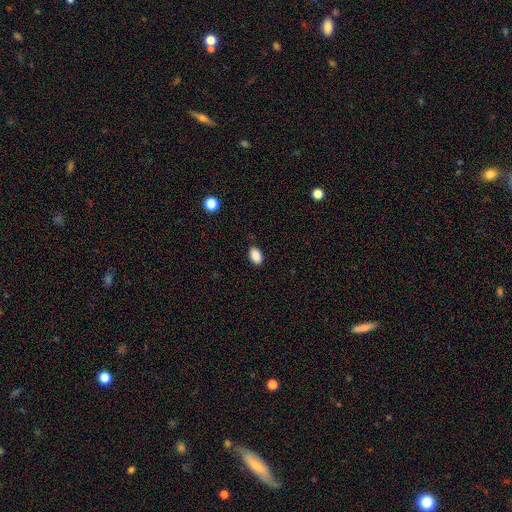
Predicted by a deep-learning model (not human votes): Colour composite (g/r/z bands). It shows a smooth galaxy with no disk features (89%) that is in between round and cigar-shaped (91%). Merging: none (85%).